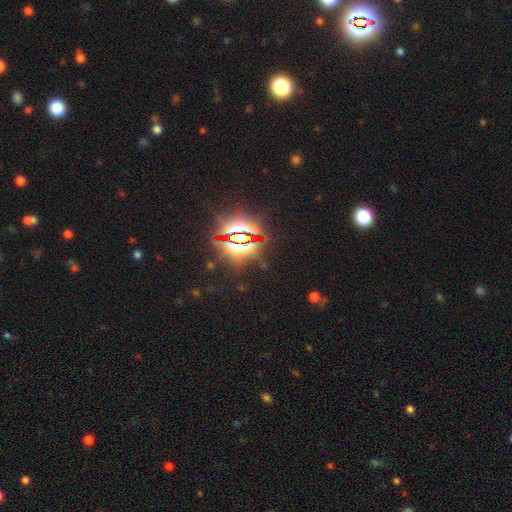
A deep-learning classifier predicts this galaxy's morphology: Smooth or featured?
  - star or artifact: 84% *
  - smooth: 9%
  - featured or disk: 7%